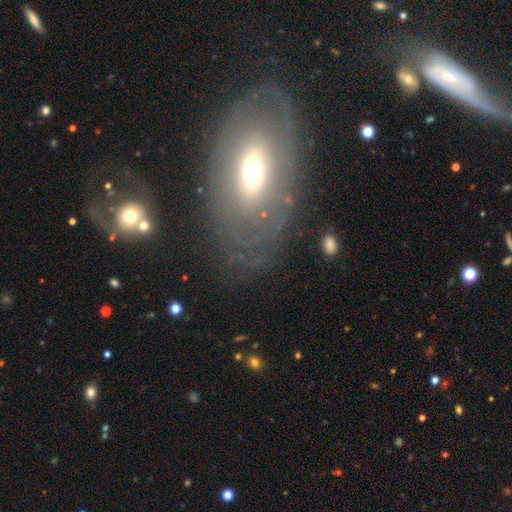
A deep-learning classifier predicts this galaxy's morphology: Overall: featured or disk (57%; smooth 31%). Edge-on disk: no (86%). Merging: none (76%).